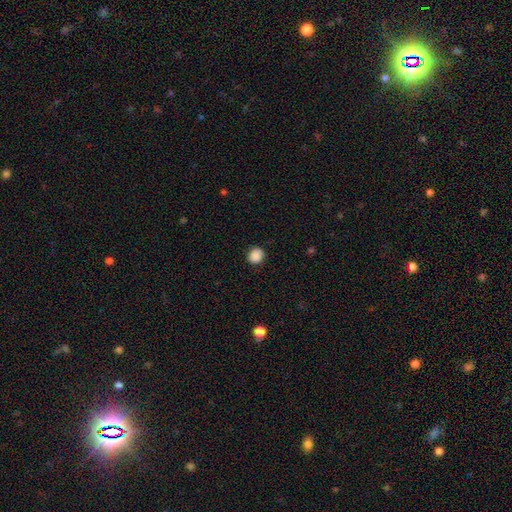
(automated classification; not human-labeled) The model was most divided on "how rounded": round: 77%, in between: 22%, cigar-shaped: 1%. More confident: smooth or featured — smooth (88%); merging — none (84%).